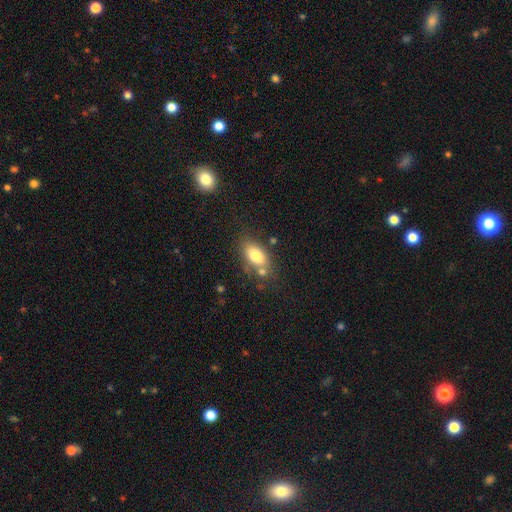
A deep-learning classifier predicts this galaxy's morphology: This is likely a smooth galaxy (78%). How rounded: clearly in between (88%). Merging: likely none (60%).